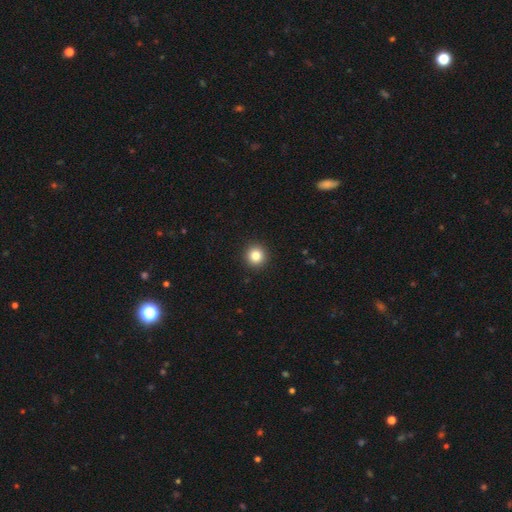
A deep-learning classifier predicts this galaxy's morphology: Smooth or featured? smooth (84%)
How rounded? round (95%)
Merging? none (93%)